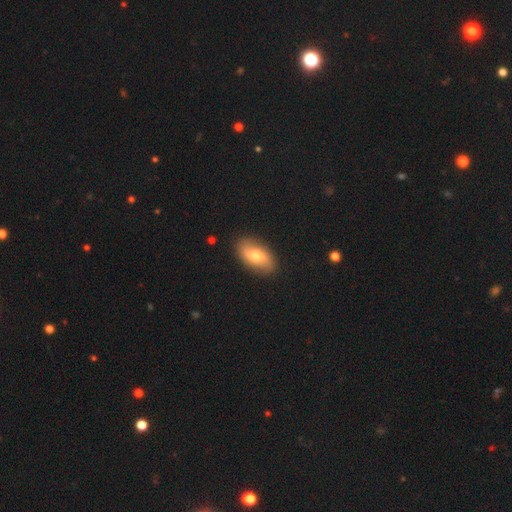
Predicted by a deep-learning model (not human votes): Smooth or featured? Predicted: smooth (p=0.56). How rounded? Predicted: in between (p=0.91). Merging? Predicted: none (p=0.86).